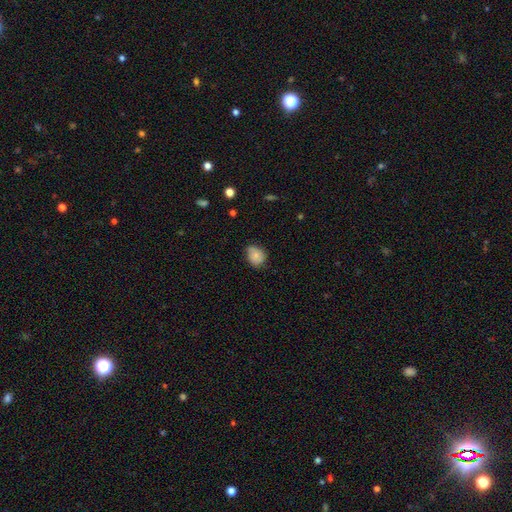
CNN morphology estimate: type=smooth (79%); roundness=round (54%); merging=none (61%).